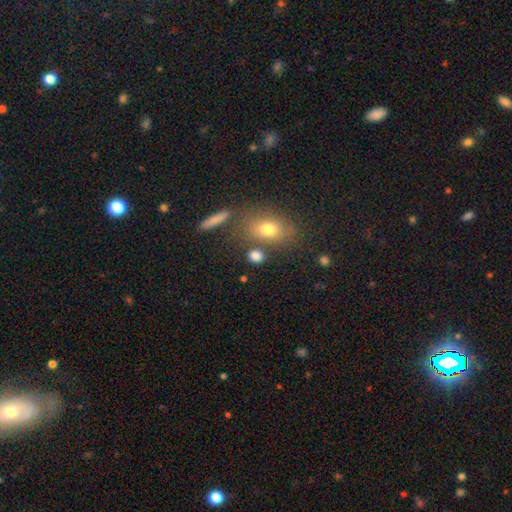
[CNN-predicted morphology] Smooth or featured? smooth (80%)
How rounded? round (54%)
Merging? none (71%)